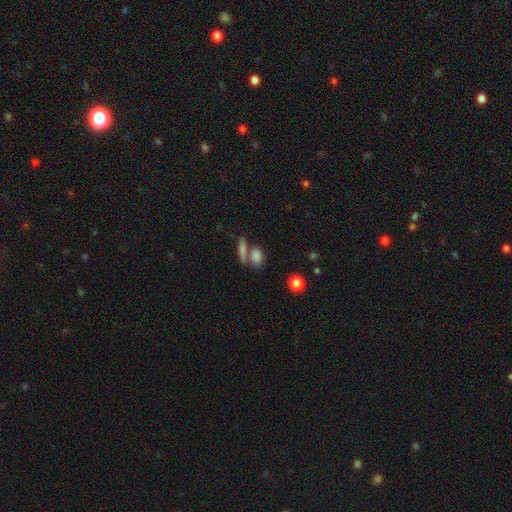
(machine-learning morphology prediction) This is clearly a smooth galaxy (80%). How rounded: likely in between (66%). Merging: possibly none (51%).